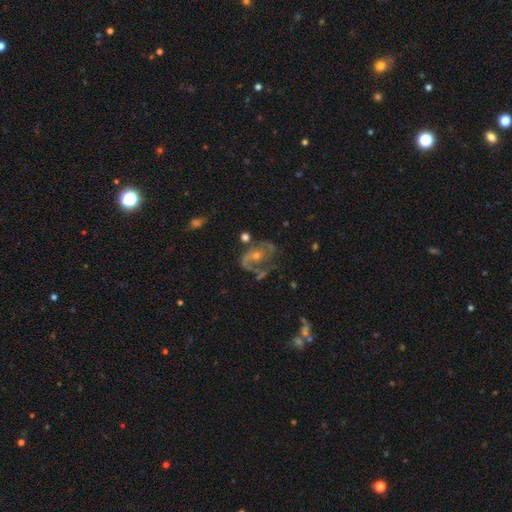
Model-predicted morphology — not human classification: This appears to be a featured or disk galaxy (78%) with no bar (67%), 2 (56%) medium (45%) spiral arms (84%) and a moderate central bulge (48%). Merging: none (46%).